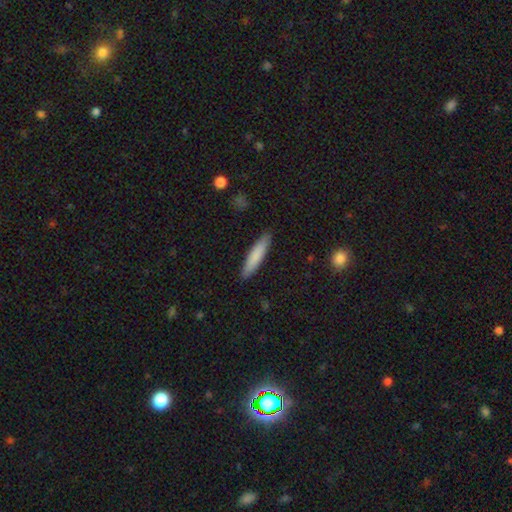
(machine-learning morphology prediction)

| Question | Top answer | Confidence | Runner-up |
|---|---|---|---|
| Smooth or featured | smooth | 81% | featured or disk (13%) |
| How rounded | cigar-shaped | 87% | in between (12%) |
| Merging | none | 90% | minor disturbance (8%) |